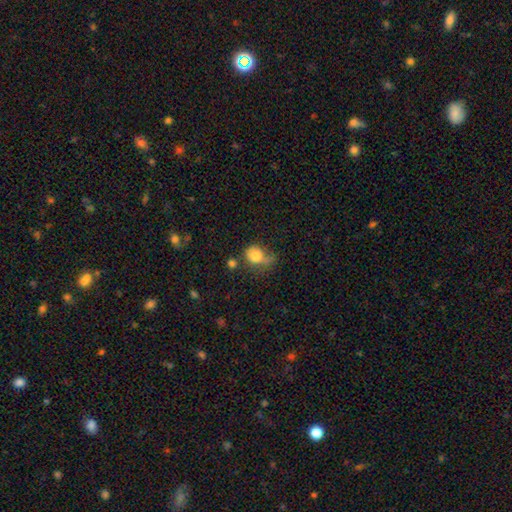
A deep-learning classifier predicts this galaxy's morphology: type=smooth (77%); roundness=round (61%); merging=minor disturbance (30%).